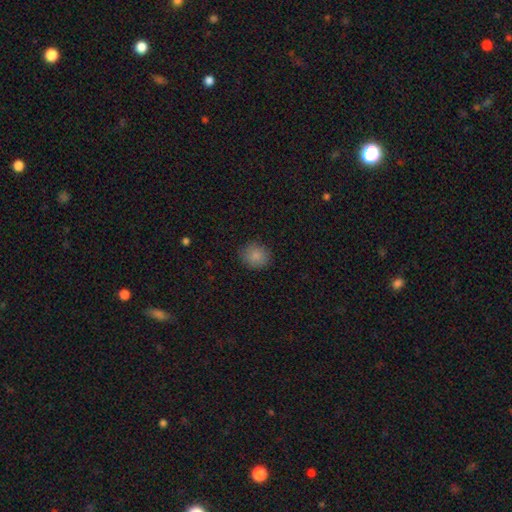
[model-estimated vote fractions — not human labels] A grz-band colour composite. It shows a smooth galaxy with no disk features (85%) that is round (80%). Merging: none (87%).